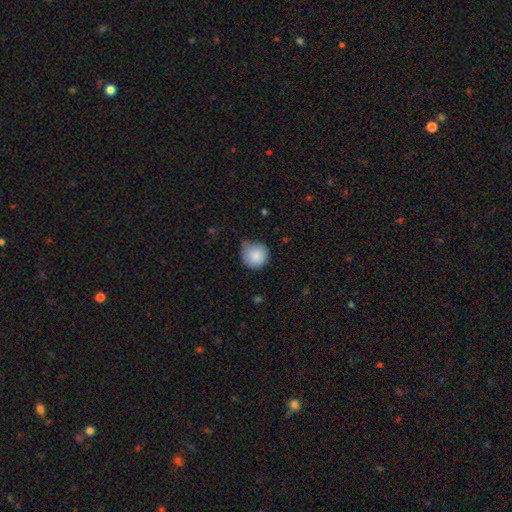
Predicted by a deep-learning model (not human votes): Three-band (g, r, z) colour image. It shows a smooth galaxy with no disk features (87%) that is round (92%). Merging: none (60%).